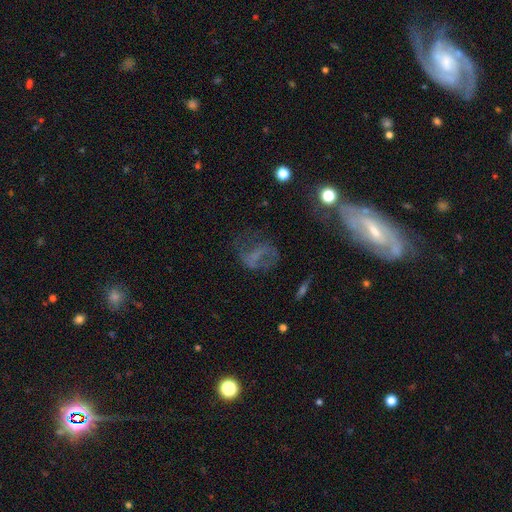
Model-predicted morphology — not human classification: smooth-or-featured: featured or disk: 43% | smooth: 35% | star or artifact: 22%
  merging: none: 43% | major disturbance: 32% | minor disturbance: 20% | merger: 6%